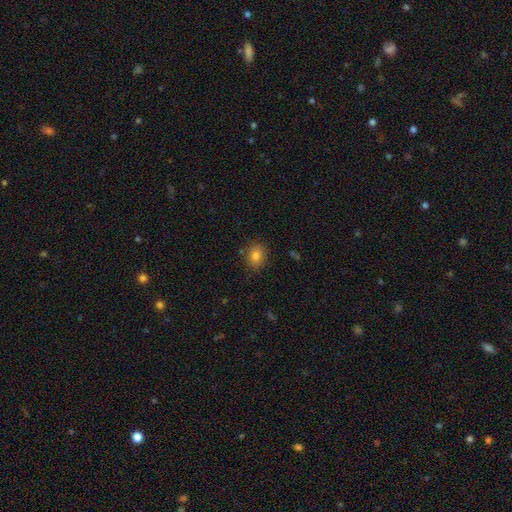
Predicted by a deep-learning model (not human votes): Q: Smooth or featured?
A: smooth (82%); runner-up: star or artifact (11%)
Q: How rounded?
A: round (51%); runner-up: in between (48%)
Q: Merging?
A: none (82%); runner-up: minor disturbance (13%)